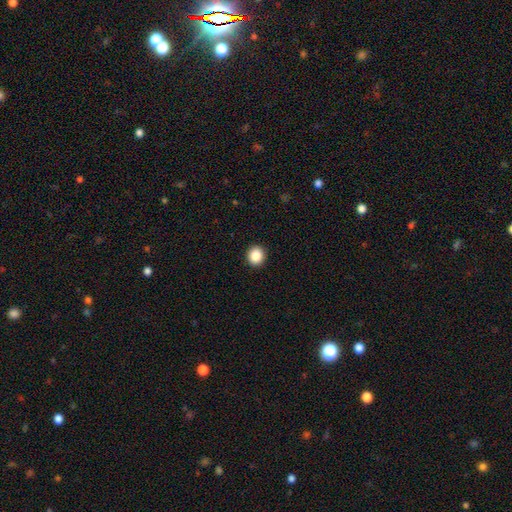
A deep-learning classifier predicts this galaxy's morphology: A smooth galaxy with no disk features (88%) that is round (87%). Merging: none (93%).